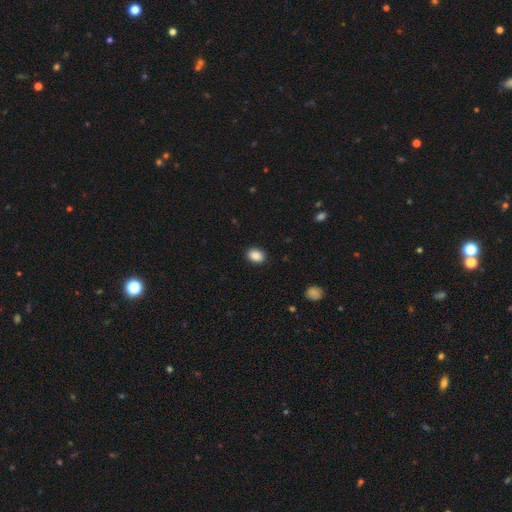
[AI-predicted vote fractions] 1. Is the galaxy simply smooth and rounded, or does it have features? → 88% smooth, 8% star or artifact, 3% featured or disk.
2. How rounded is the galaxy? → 63% in between, 36% round, 1% cigar-shaped.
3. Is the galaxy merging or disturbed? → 90% none, 7% minor disturbance, 2% major disturbance, 1% merger.